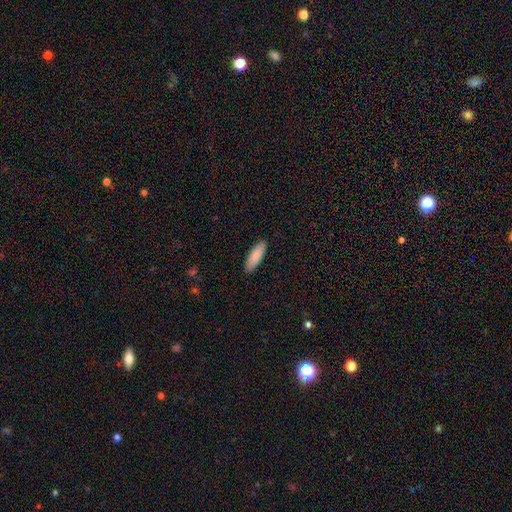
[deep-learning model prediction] A smooth galaxy with no disk features (85%) that is cigar-shaped (51%). Merging: none (90%).